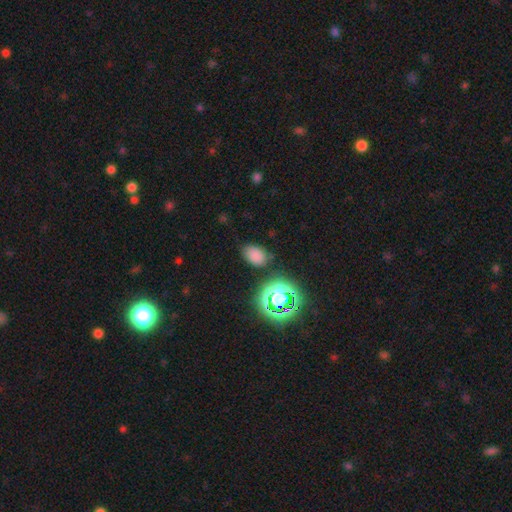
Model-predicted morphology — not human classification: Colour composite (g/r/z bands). It shows a smooth galaxy with no disk features (73%) that is in between round and cigar-shaped (78%). Merging: none (76%).